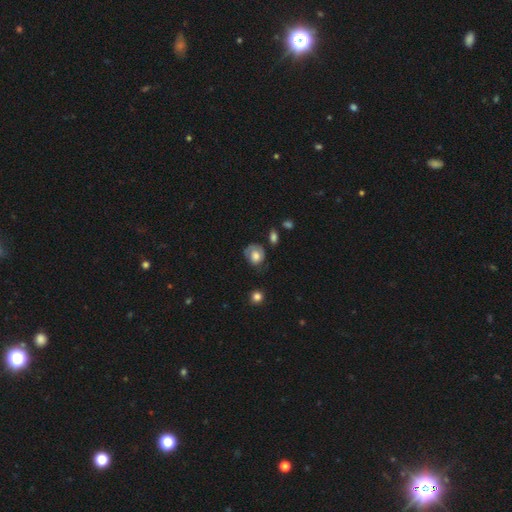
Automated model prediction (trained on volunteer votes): smooth_or_featured: smooth (p=0.57) [alt: featured or disk p=0.35]
how_rounded: round (p=0.64) [alt: in between p=0.35]
merging: none (p=0.50) [alt: minor disturbance p=0.29]